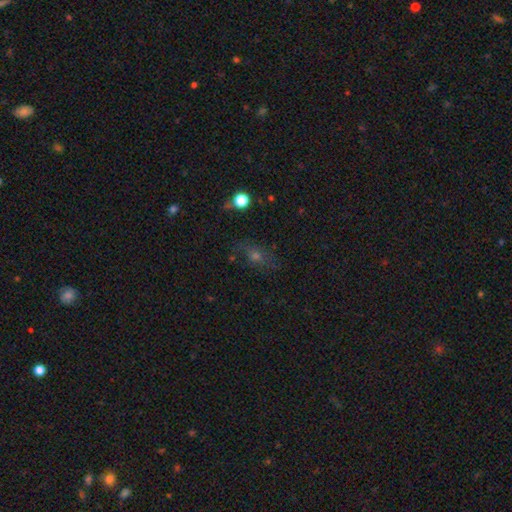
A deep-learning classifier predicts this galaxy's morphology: Smooth or featured? smooth (38%)
Merging? none (71%)